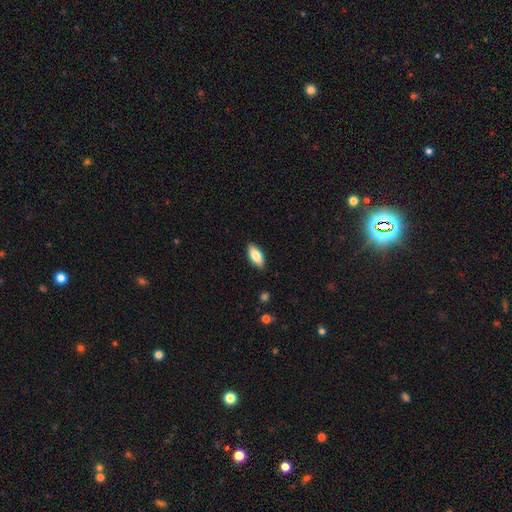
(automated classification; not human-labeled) This is likely a smooth galaxy (79%). How rounded: clearly in between (82%). Merging: clearly none (88%).